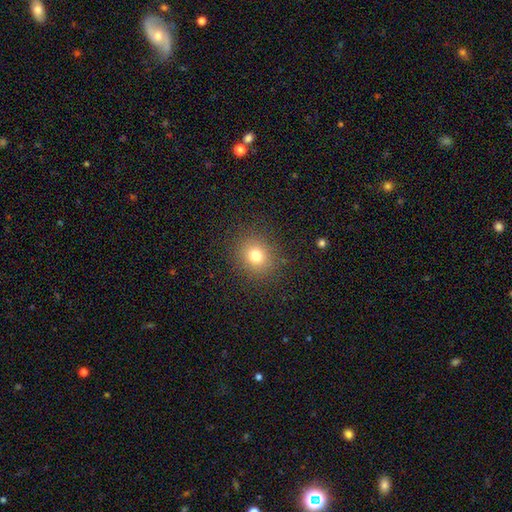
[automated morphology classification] smooth_or_featured: smooth (p=0.77) [alt: star or artifact p=0.14]
how_rounded: round (p=0.78) [alt: in between p=0.21]
merging: none (p=0.87) [alt: minor disturbance p=0.08]